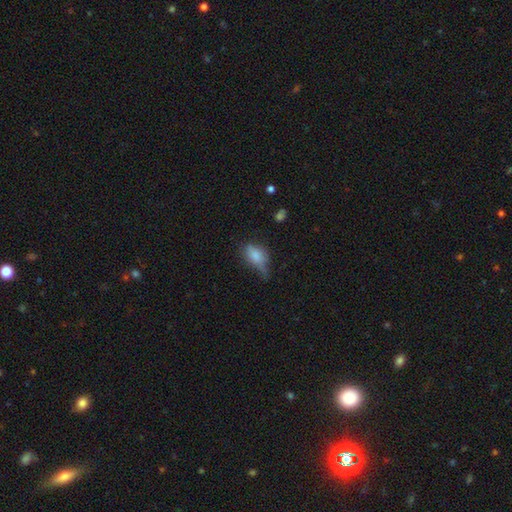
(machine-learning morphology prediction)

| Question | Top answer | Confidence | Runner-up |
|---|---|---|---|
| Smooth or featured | smooth | 68% | featured or disk (22%) |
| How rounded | in between | 82% | cigar-shaped (9%) |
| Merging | minor disturbance | 39% | none (35%) |